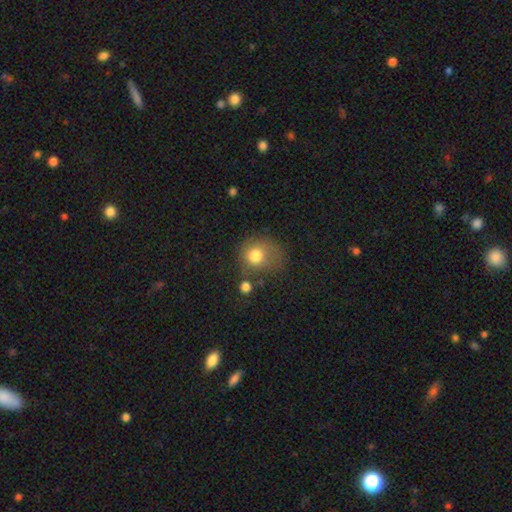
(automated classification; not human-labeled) Smooth or featured? Predicted: smooth (p=0.76). How rounded? Predicted: round (p=0.75). Merging? Predicted: none (p=0.42).